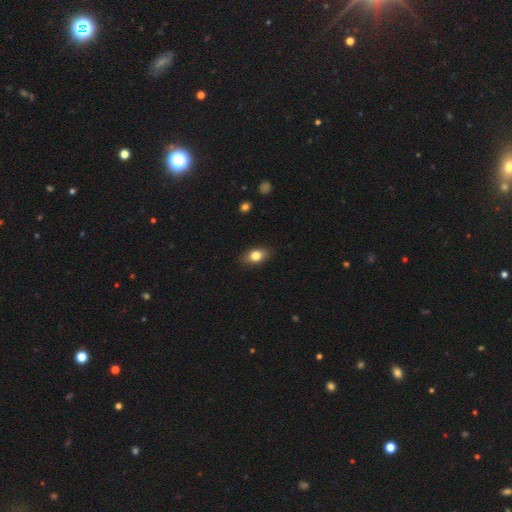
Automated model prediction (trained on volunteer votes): smooth-or-featured: smooth: 82% | featured or disk: 11% | star or artifact: 8%
  how-rounded: in between: 84% | round: 13% | cigar-shaped: 3%
  merging: none: 87% | minor disturbance: 10% | major disturbance: 2% | merger: 1%